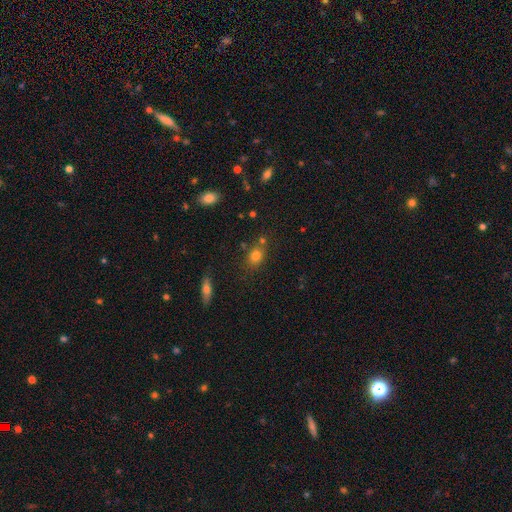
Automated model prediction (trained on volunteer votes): This is likely a smooth galaxy (76%). How rounded: possibly in between (51%). Merging: likely none (68%).